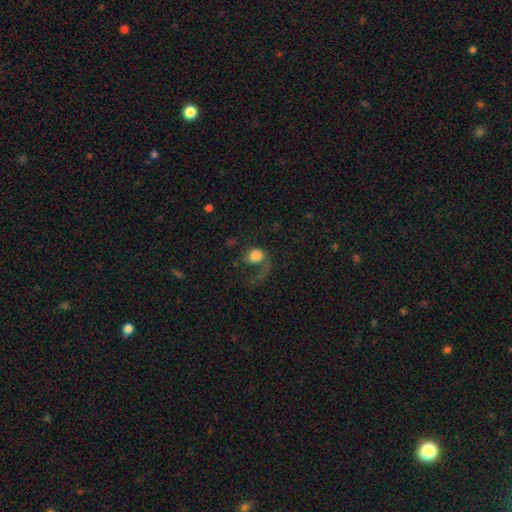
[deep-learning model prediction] Smooth or featured? Predicted: smooth (p=0.62). How rounded? Predicted: round (p=0.64). Merging? Predicted: major disturbance (p=0.51).